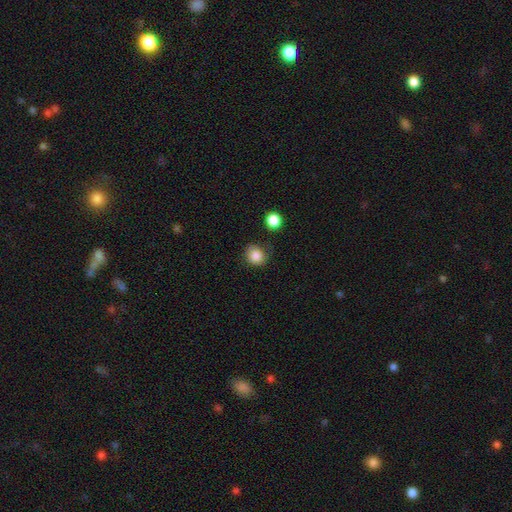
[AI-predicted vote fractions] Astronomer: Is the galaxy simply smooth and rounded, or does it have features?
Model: smooth — 85%.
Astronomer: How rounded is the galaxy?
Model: round — 84%.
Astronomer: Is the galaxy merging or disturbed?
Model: none — 69%.